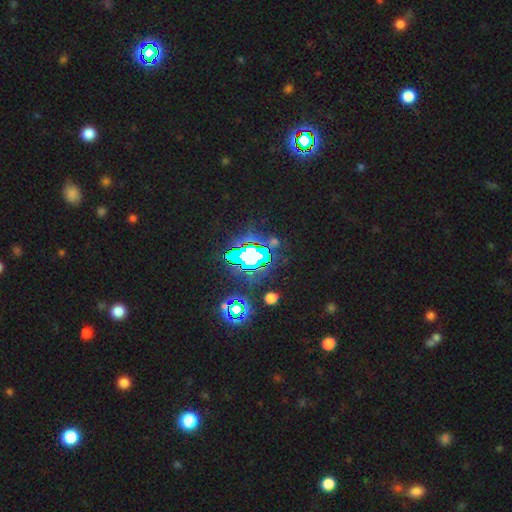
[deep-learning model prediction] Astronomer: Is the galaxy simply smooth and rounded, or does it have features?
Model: star or artifact — 67%.